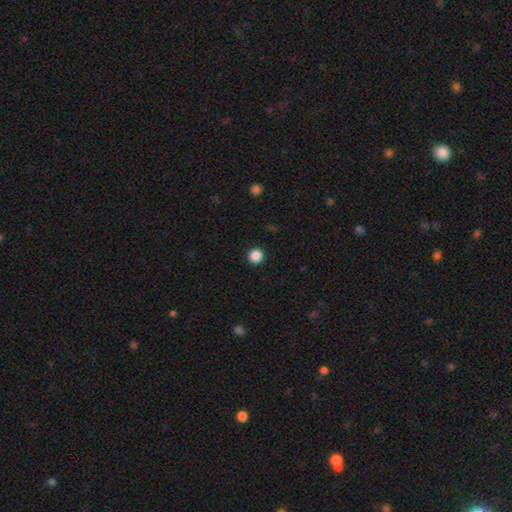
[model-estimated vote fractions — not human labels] This is clearly a smooth galaxy (87%). How rounded: clearly round (95%). Merging: clearly none (93%).